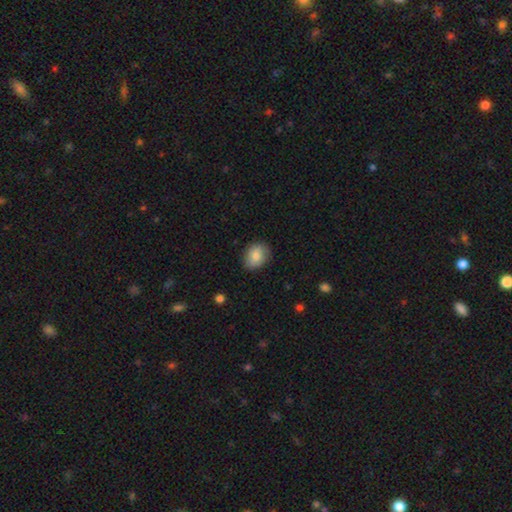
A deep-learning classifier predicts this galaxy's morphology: smooth-or-featured: smooth: 84% | featured or disk: 9% | star or artifact: 7%
  how-rounded: in between: 58% | round: 41% | cigar-shaped: 1%
  merging: none: 82% | minor disturbance: 14% | major disturbance: 3% | merger: 1%